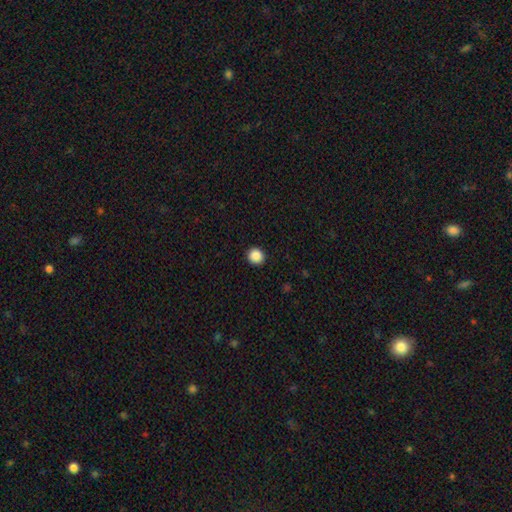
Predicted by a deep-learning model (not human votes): Smooth or featured: smooth — 88% (star or artifact — 10%)
How rounded: round — 92% (in between — 7%)
Merging: none — 93% (minor disturbance — 5%)